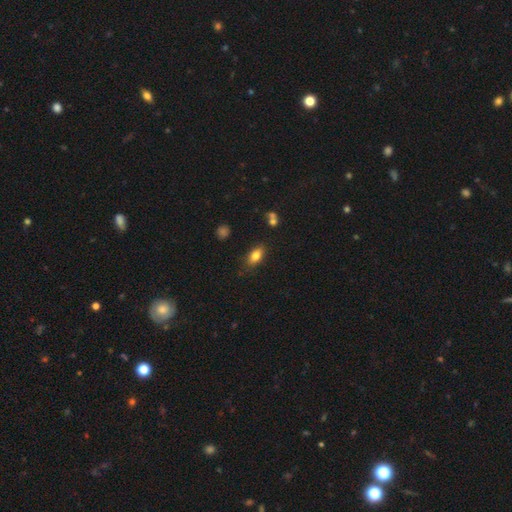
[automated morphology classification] This is clearly a smooth galaxy (81%). How rounded: clearly in between (85%). Merging: likely none (80%).